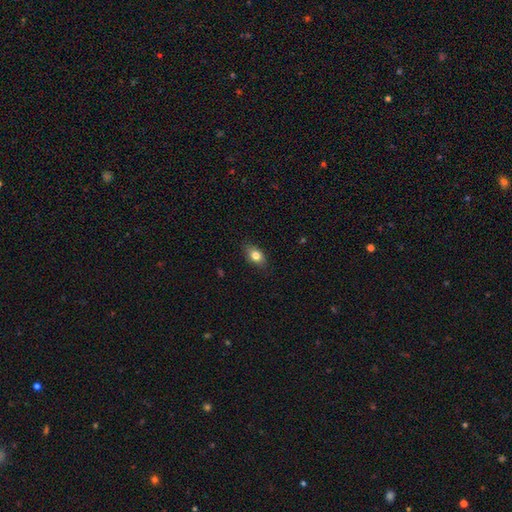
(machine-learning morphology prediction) smooth_or_featured: smooth (p=0.80) [alt: featured or disk p=0.12]
how_rounded: in between (p=0.81) [alt: round p=0.15]
merging: none (p=0.82) [alt: minor disturbance p=0.14]